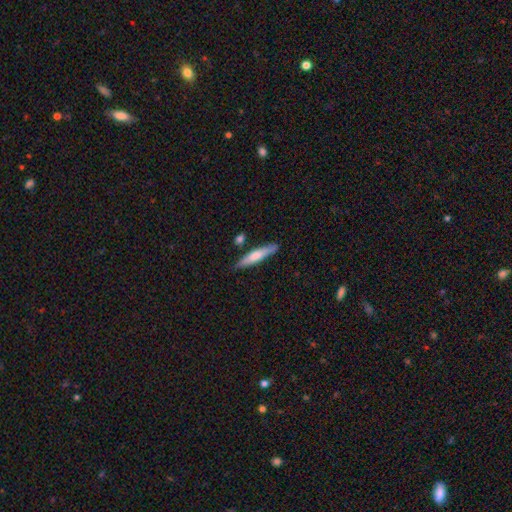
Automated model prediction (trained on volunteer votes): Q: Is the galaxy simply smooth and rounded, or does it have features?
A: smooth — 63%.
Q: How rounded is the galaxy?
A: cigar-shaped — 89%.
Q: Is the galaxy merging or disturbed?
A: none — 80%.